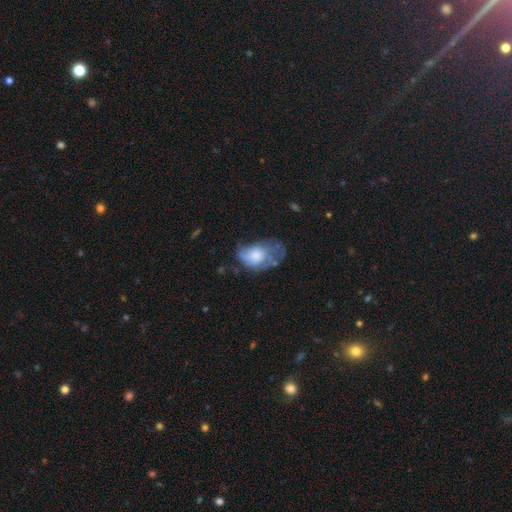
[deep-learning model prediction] This is possibly a smooth galaxy (46%). Merging: marginally major disturbance (39%).